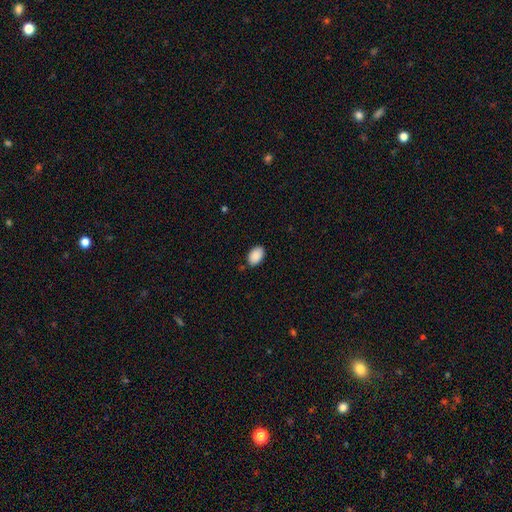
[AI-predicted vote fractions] A smooth galaxy with no disk features (90%) that is in between round and cigar-shaped (90%). Merging: none (84%).